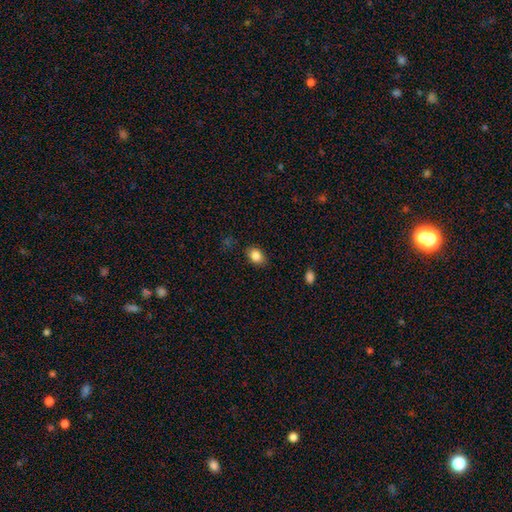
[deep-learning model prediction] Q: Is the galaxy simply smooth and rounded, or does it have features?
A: smooth — 85%.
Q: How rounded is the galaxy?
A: in between — 76%.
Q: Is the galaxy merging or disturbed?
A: none — 84%.